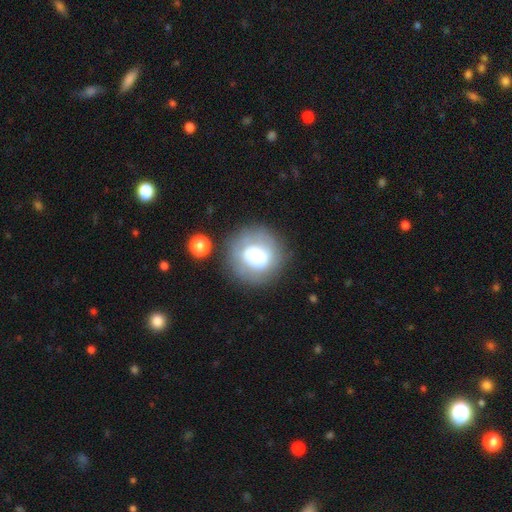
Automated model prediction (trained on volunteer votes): smooth-or-featured: smooth: 54% | featured or disk: 36% | star or artifact: 10%
  how-rounded: round: 85% | in between: 14% | cigar-shaped: 1%
  merging: none: 67% | minor disturbance: 16% | major disturbance: 11% | merger: 6%